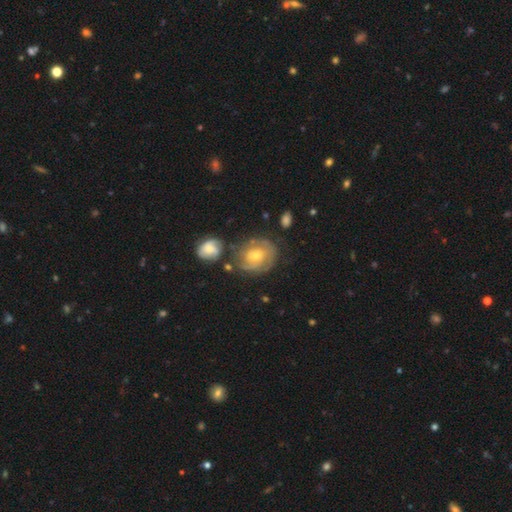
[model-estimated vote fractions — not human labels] This is likely a featured or disk galaxy (63%). It is clearly not viewed edge-on (97%). Bar: likely no (75%). Spiral arm pattern: likely yes (77%). Central bulge: possibly moderate (50%). Merging: likely none (60%).